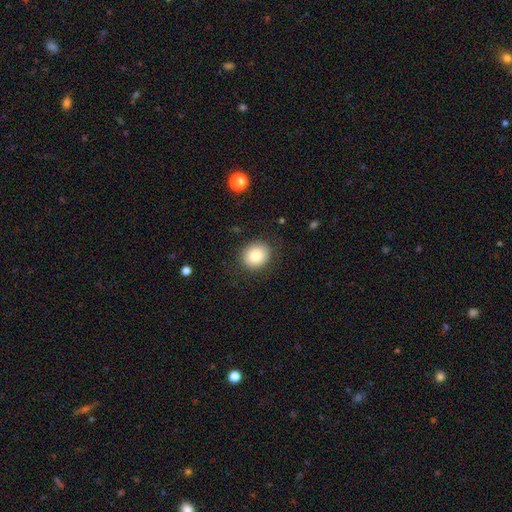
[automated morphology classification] Overall: smooth (85%). How rounded: round (68%; in between 31%). Merging: none (86%).